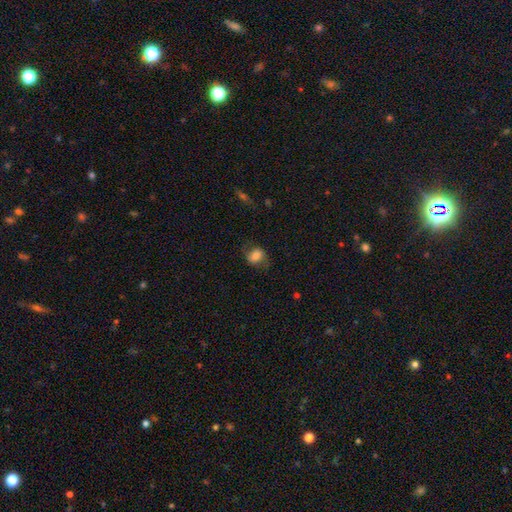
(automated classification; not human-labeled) smooth-or-featured: smooth: 72% | featured or disk: 19% | star or artifact: 9%
  how-rounded: in between: 56% | round: 43% | cigar-shaped: 1%
  merging: none: 63% | minor disturbance: 23% | major disturbance: 13% | merger: 2%